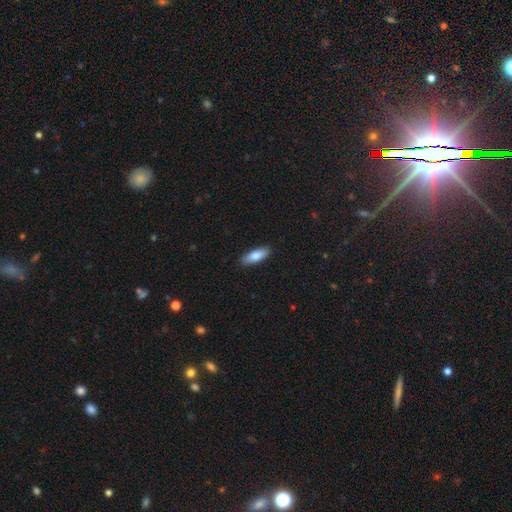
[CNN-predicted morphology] This is likely a smooth galaxy (79%). How rounded: likely in between (66%). Merging: clearly none (89%).